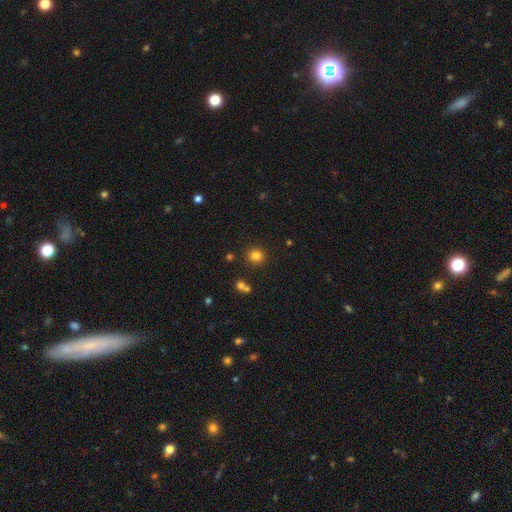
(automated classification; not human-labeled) This appears to be a smooth galaxy with no disk features (81%) that is round (83%). Merging: none (85%).